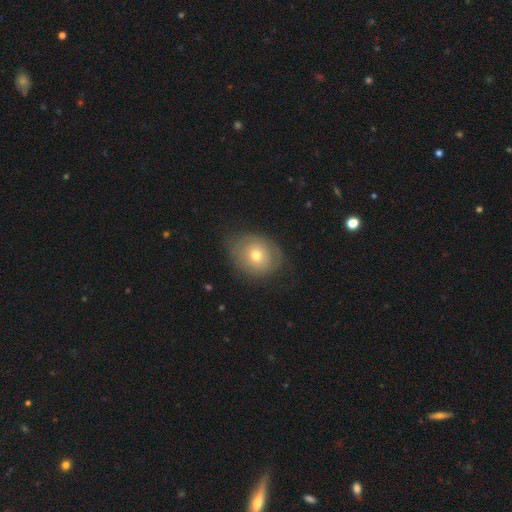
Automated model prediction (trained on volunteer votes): A smooth galaxy with no disk features (63%) that is round (60%). Merging: none (73%).